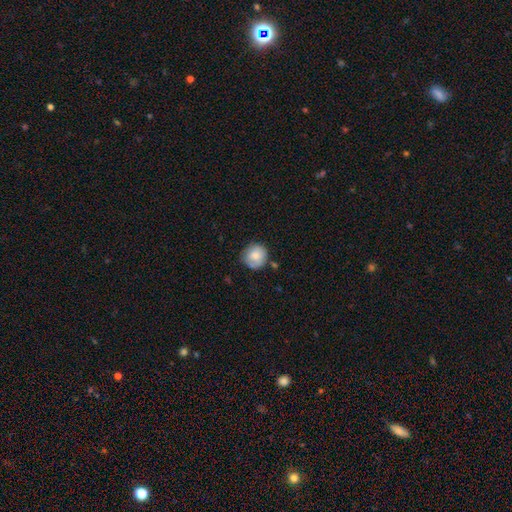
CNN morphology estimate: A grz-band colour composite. It shows a smooth galaxy with no disk features (76%) that is round (90%). Merging: none (70%).